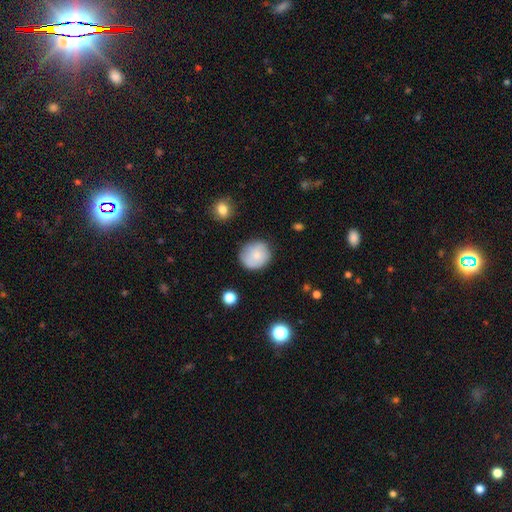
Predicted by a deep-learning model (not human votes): The model was most divided on "smooth or featured": smooth: 74%, featured or disk: 19%, star or artifact: 8%. More confident: how rounded — round (85%); merging — none (75%).